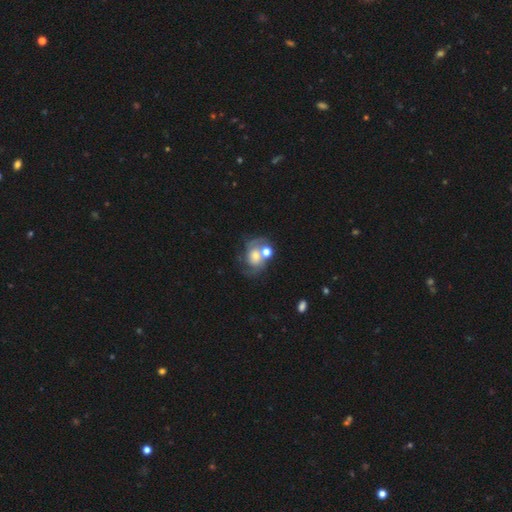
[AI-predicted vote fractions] Smooth or featured? Predicted: featured or disk (p=0.65). Edge-on disk? Predicted: no (p=0.97). Bar? Predicted: no (p=0.69). Spiral arms? Predicted: yes (p=0.84). Spiral winding? Predicted: medium (p=0.47). Spiral arm count? Predicted: 2 (p=0.71). Bulge size? Predicted: moderate (p=0.45). Merging? Predicted: none (p=0.39).